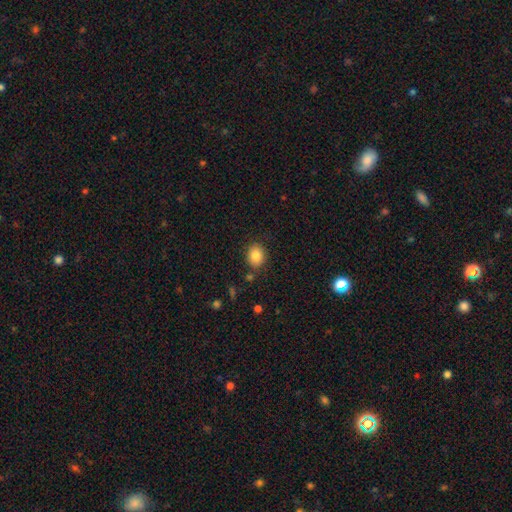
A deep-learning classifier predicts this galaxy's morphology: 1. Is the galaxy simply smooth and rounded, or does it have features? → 84% smooth, 9% star or artifact, 6% featured or disk.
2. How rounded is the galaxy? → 60% round, 40% in between, 1% cigar-shaped.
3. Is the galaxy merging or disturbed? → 84% none, 10% minor disturbance, 3% merger, 3% major disturbance.